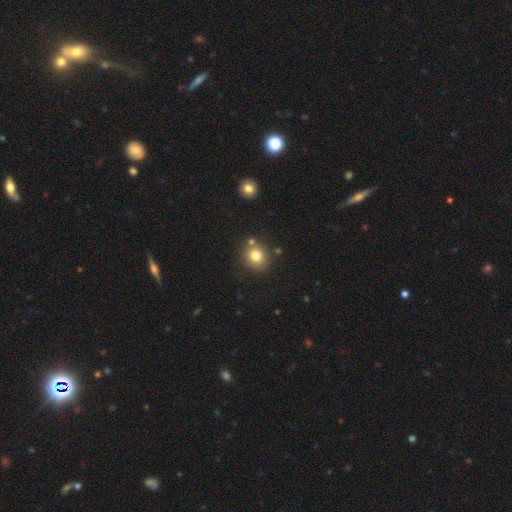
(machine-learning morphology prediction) This is likely a smooth galaxy (78%). How rounded: clearly round (81%). Merging: likely none (78%).